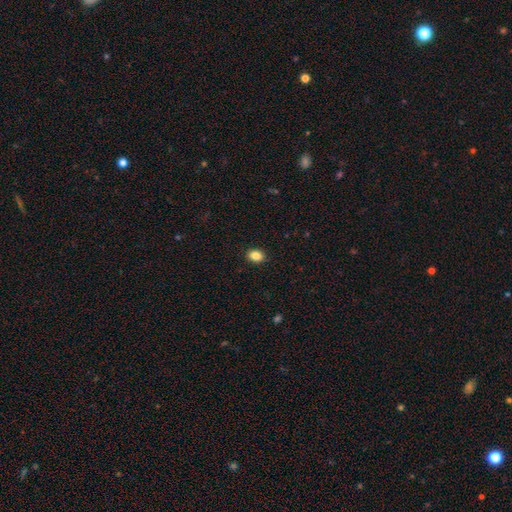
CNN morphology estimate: Smooth or featured? smooth (86%)
How rounded? in between (63%)
Merging? none (90%)